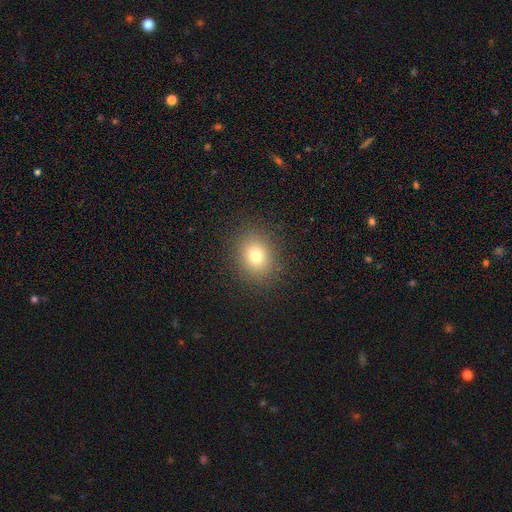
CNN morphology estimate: A smooth galaxy with no disk features (76%) that is round (68%).

Vote fractions:
- Smooth or featured? smooth: 76% / star or artifact: 14% / featured or disk: 9%
- How rounded? round: 68% / in between: 31% / cigar-shaped: 1%
- Merging? none: 89% / minor disturbance: 7% / major disturbance: 3% / merger: 1%